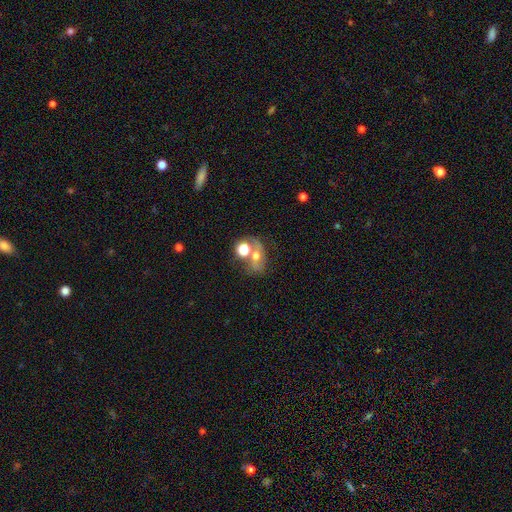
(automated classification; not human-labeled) A smooth galaxy with no disk features (48%).

Vote fractions:
- Smooth or featured? smooth: 48% / featured or disk: 36% / star or artifact: 16%
- Merging? merger: 42% / none: 36% / minor disturbance: 12% / major disturbance: 10%